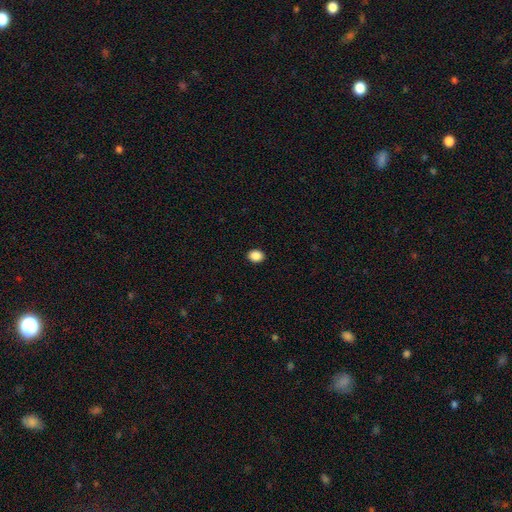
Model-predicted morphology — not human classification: smooth-or-featured: smooth: 89% | star or artifact: 9% | featured or disk: 2%
  how-rounded: in between: 53% | round: 46% | cigar-shaped: 1%
  merging: none: 91% | minor disturbance: 6% | major disturbance: 2% | merger: 1%